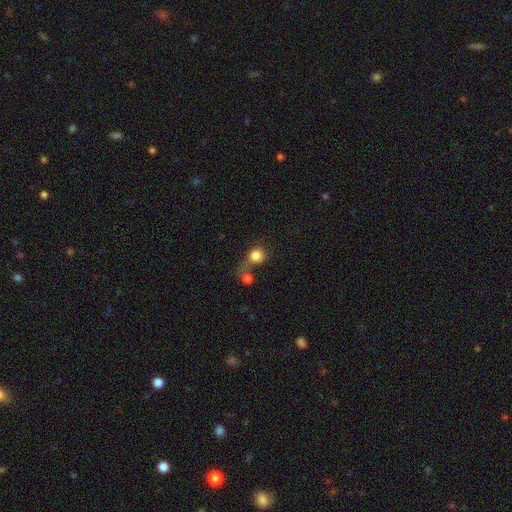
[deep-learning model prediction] Smooth or featured? Predicted: smooth (p=0.80). How rounded? Predicted: round (p=0.81). Merging? Predicted: merger (p=0.37).